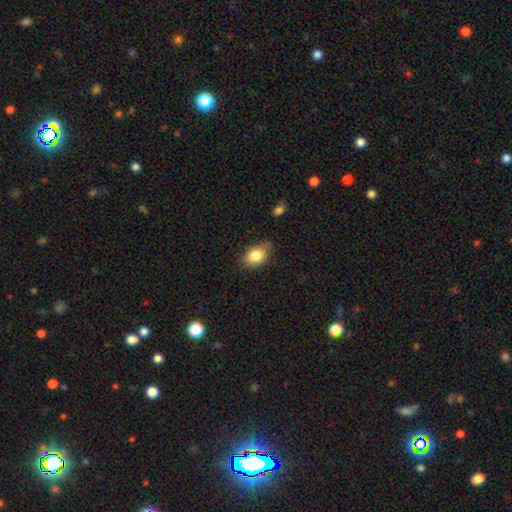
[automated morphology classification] smooth 85%, star or artifact 8%, featured or disk 7%. Down the decision tree: how rounded — in between (75%); merging — none (66%).